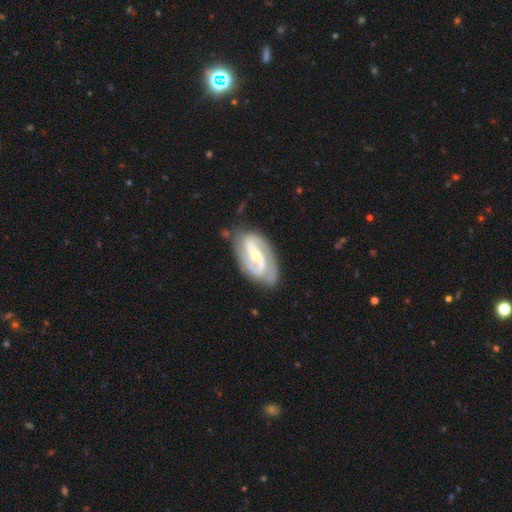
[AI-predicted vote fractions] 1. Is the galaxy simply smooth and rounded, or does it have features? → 88% featured or disk, 8% smooth, 4% star or artifact.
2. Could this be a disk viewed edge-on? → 96% no, 4% yes.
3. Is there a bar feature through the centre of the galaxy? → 38% strong (tied), 38% weak (tied), 24% no.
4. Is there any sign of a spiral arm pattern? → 96% yes, 4% no.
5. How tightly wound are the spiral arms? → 49% medium, 29% tight, 22% loose.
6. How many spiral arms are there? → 88% 2, 4% can't tell, 3% 3, 2% 1, 1% 4, 1% more than 4.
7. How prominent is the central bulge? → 55% small, 41% moderate, 2% large, 1% none, 1% dominant.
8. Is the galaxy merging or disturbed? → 75% none, 17% minor disturbance, 6% major disturbance, 2% merger.